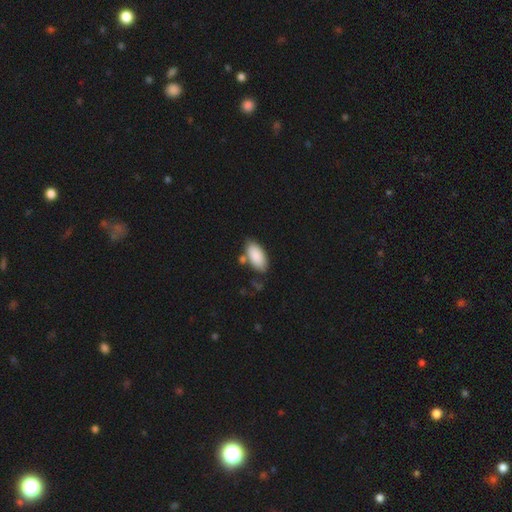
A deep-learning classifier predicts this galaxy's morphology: Smooth or featured: smooth — 88% (star or artifact — 6%)
How rounded: in between — 93% (cigar-shaped — 5%)
Merging: none — 72% (minor disturbance — 15%)